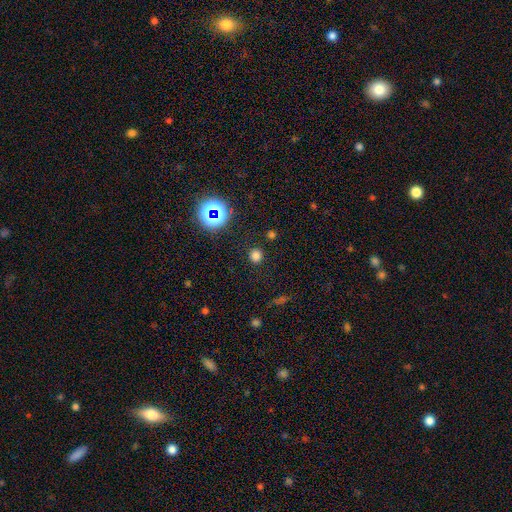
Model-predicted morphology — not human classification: Smooth or featured? smooth (72%)
How rounded? round (91%)
Merging? none (89%)